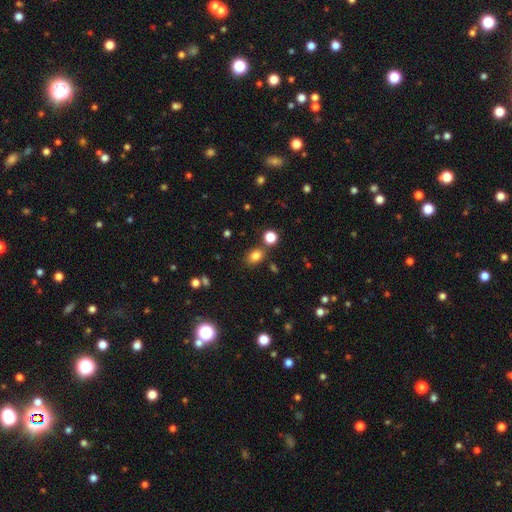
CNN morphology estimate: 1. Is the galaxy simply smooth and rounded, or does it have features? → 81% smooth, 13% star or artifact, 6% featured or disk.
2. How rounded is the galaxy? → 63% in between, 35% round, 1% cigar-shaped.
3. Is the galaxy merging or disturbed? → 74% none, 12% minor disturbance, 10% merger, 4% major disturbance.